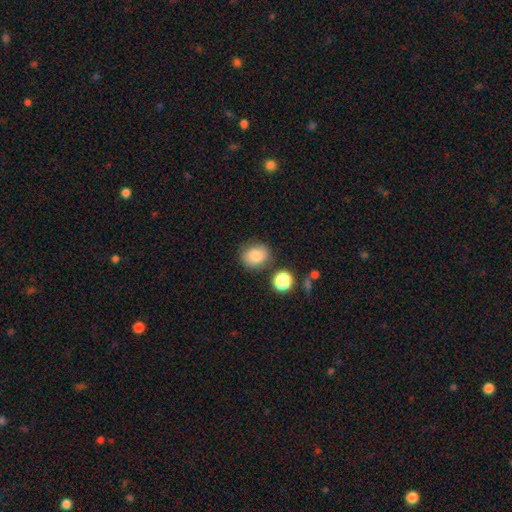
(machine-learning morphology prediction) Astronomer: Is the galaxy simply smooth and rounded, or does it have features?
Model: smooth — 81%.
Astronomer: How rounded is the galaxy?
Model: round — 67%.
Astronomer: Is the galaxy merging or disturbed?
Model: none — 76%.